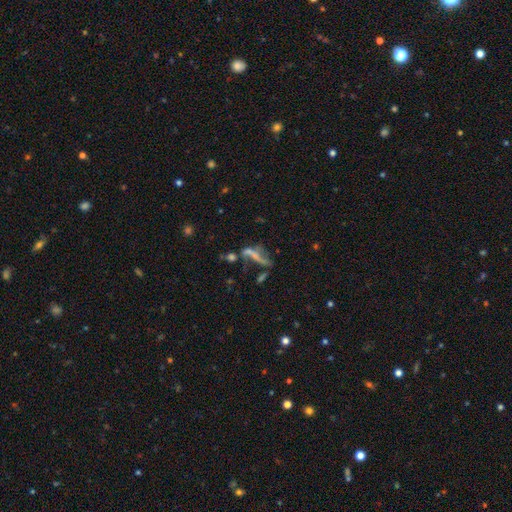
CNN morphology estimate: Smooth or featured? featured or disk (47%)
Merging? none (31%)